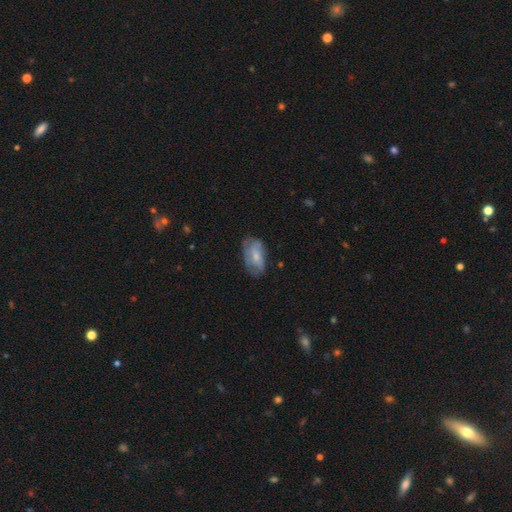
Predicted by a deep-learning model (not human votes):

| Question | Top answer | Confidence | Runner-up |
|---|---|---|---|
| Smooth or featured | smooth | 50% | featured or disk (43%) |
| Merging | none | 58% | minor disturbance (28%) |